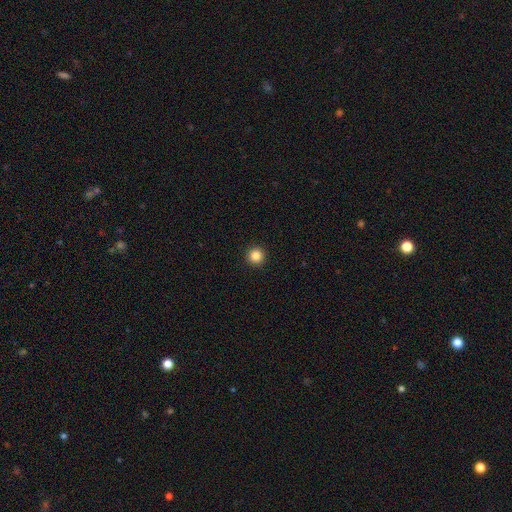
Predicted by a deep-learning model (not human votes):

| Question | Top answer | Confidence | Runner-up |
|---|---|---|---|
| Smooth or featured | smooth | 85% | star or artifact (11%) |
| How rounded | round | 96% | in between (3%) |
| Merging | none | 93% | minor disturbance (4%) |